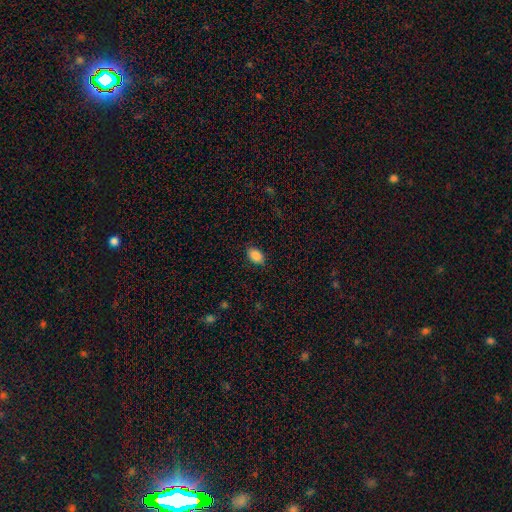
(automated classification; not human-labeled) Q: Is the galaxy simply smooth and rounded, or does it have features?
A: smooth — 88%.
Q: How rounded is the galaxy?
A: in between — 87%.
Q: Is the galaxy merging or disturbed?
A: none — 86%.